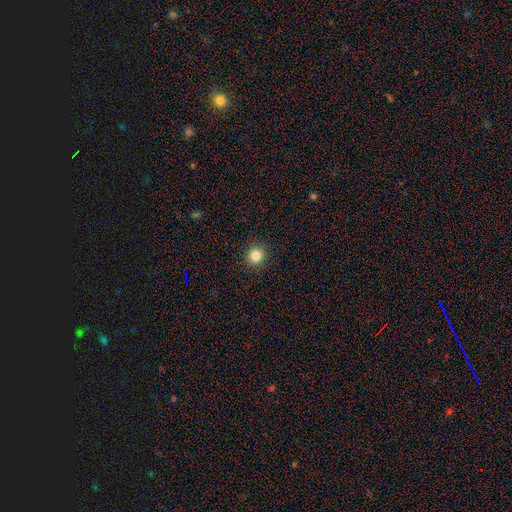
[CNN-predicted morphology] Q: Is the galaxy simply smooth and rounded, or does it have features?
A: smooth — 83%.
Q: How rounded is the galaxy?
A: round — 90%.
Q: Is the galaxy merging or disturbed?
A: none — 92%.